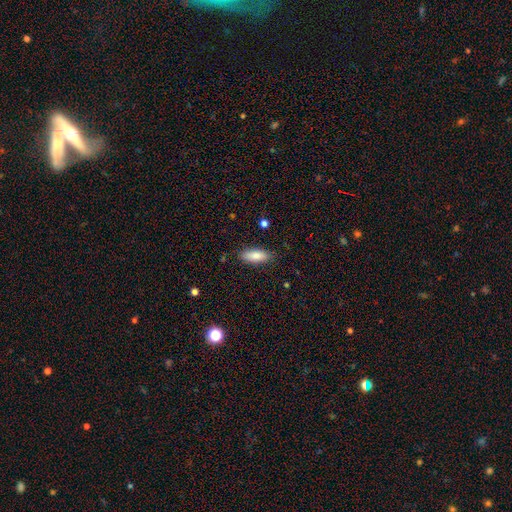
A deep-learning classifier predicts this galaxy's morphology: Overall: smooth (83%). How rounded: in between (74%). Merging: none (86%).